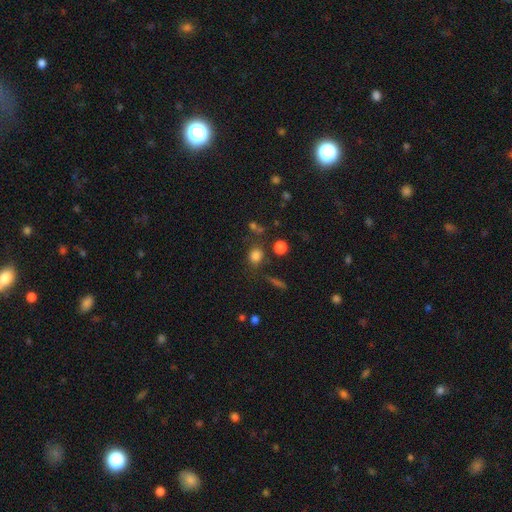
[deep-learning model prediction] Smooth or featured: smooth — 80% (star or artifact — 14%)
How rounded: round — 71% (in between — 27%)
Merging: none — 73% (minor disturbance — 13%)